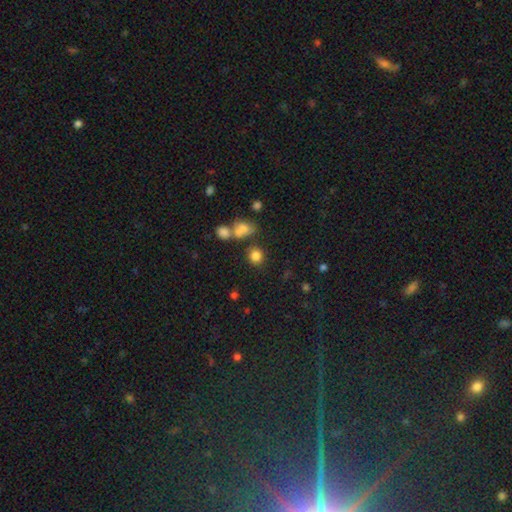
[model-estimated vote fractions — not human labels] This is clearly a smooth galaxy (81%). How rounded: likely round (80%). Merging: likely none (72%).